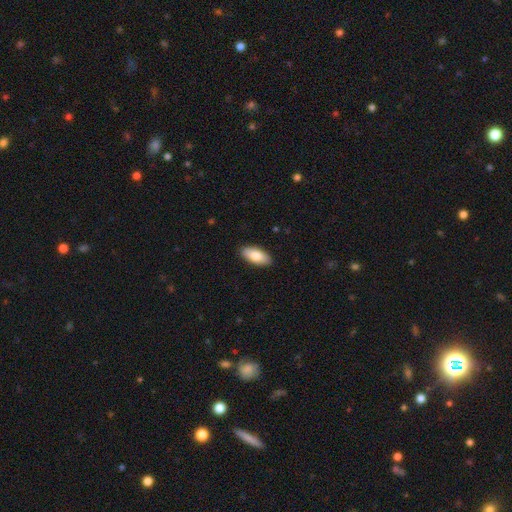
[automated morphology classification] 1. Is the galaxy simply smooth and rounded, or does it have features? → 82% smooth, 13% featured or disk, 6% star or artifact.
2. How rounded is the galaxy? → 91% in between, 7% cigar-shaped, 2% round.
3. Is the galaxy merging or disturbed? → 90% none, 8% minor disturbance, 2% major disturbance, 1% merger.